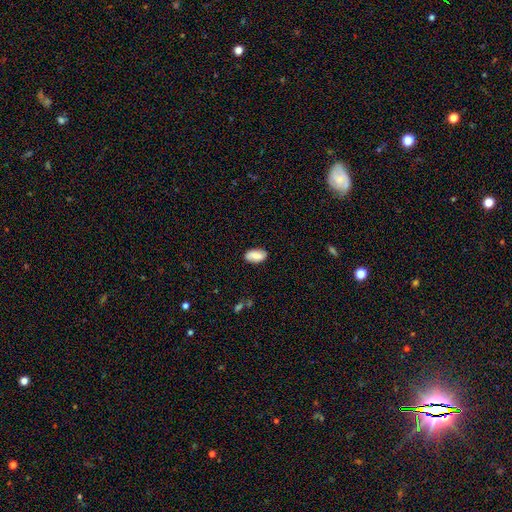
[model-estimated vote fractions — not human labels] smooth_or_featured: smooth (p=0.79) [alt: featured or disk p=0.14]
how_rounded: in between (p=0.93) [alt: round p=0.04]
merging: none (p=0.84) [alt: minor disturbance p=0.12]